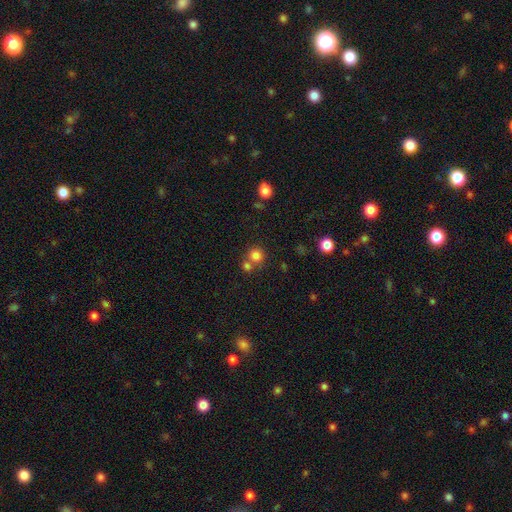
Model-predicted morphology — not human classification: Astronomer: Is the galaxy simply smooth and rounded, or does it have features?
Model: smooth — 80%.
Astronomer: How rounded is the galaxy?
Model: round — 89%.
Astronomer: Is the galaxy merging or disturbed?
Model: none — 58%.